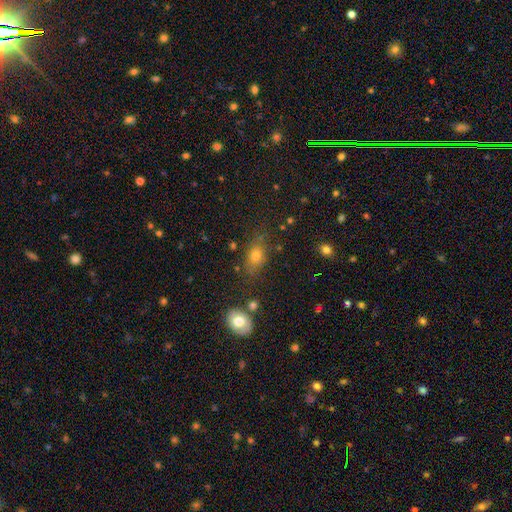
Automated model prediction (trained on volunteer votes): Smooth or featured? Predicted: smooth (p=0.71). How rounded? Predicted: in between (p=0.71). Merging? Predicted: none (p=0.72).